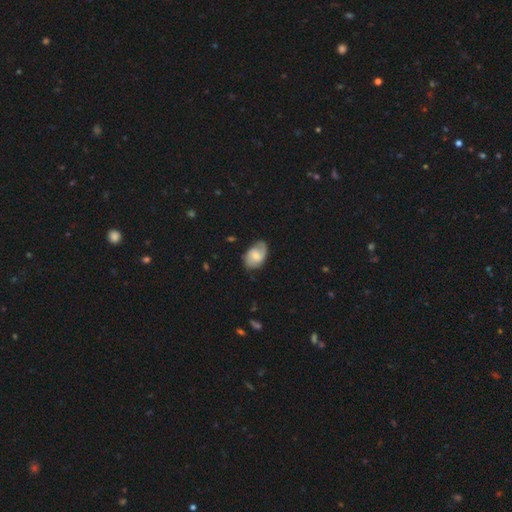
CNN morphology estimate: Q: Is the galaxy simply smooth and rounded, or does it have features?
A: featured or disk — 52%.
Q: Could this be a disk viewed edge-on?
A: no — 96%.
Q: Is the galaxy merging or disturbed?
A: none — 67%.